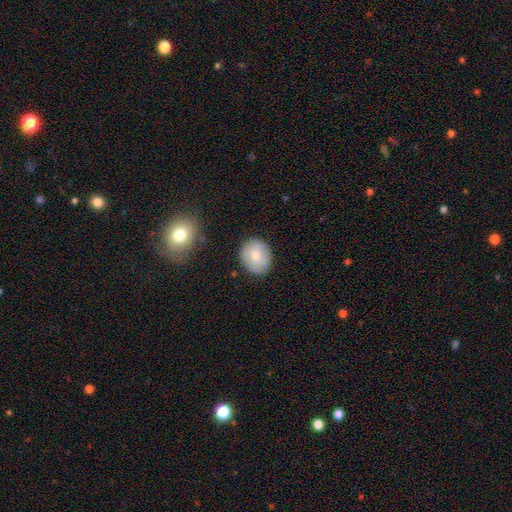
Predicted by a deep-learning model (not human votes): This appears to be a smooth galaxy with no disk features (71%) that is round (74%). Merging: none (85%).